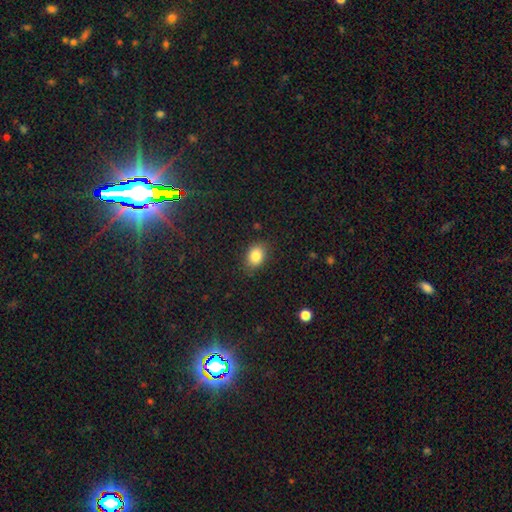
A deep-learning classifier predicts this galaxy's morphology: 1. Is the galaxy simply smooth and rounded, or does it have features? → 85% smooth, 9% star or artifact, 6% featured or disk.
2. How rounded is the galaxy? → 72% in between, 27% round, 1% cigar-shaped.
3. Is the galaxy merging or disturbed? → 83% none, 12% minor disturbance, 3% major disturbance, 1% merger.